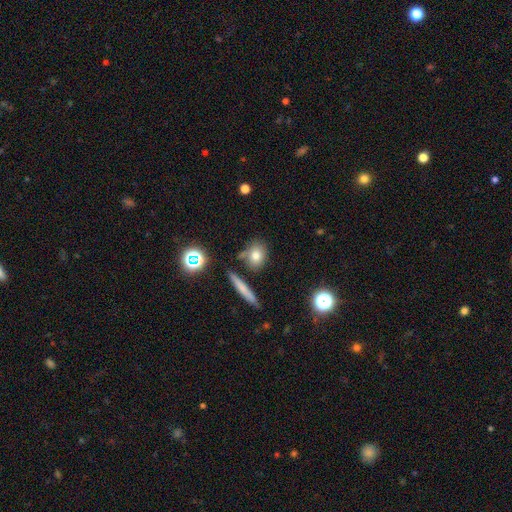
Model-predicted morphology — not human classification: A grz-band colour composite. It shows a smooth galaxy with no disk features (75%) that is round (48%). Merging: none (72%).